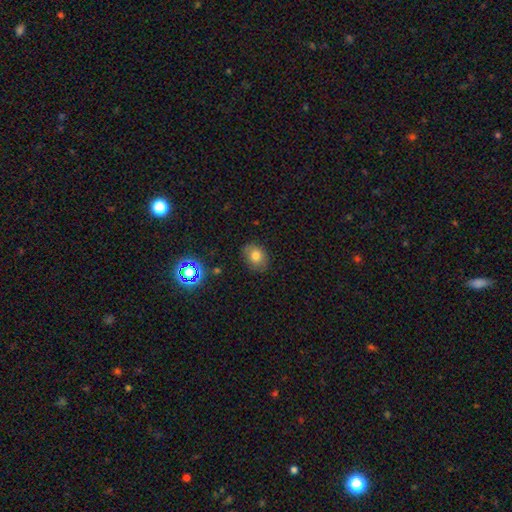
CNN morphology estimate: smooth-or-featured: smooth: 75% | star or artifact: 14% | featured or disk: 11%
  how-rounded: in between: 60% | round: 39% | cigar-shaped: 1%
  merging: none: 83% | minor disturbance: 13% | major disturbance: 3% | merger: 1%